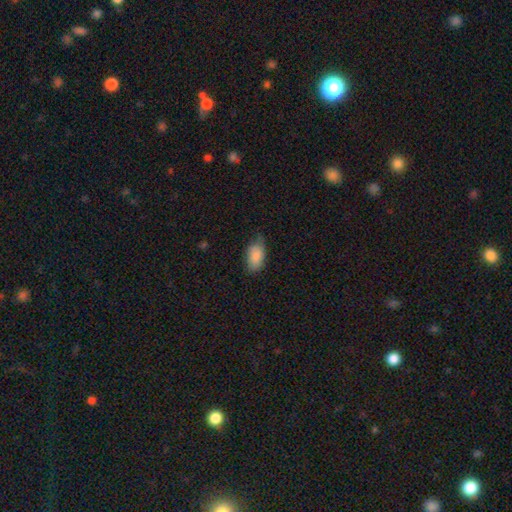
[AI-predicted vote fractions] The model was most divided on "merging": none: 62%, minor disturbance: 31%, major disturbance: 6%, merger: 1%. More confident: how rounded — in between (93%); smooth or featured — smooth (85%).